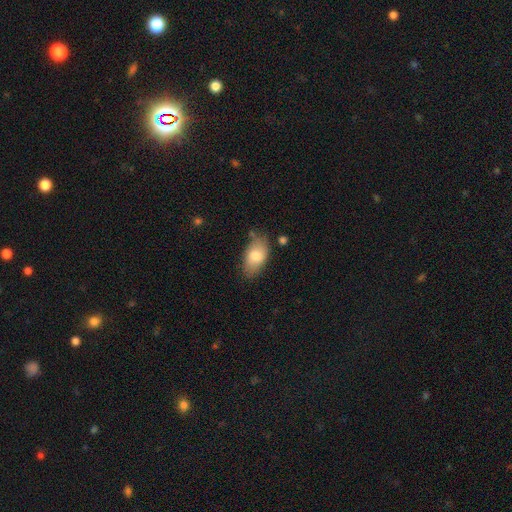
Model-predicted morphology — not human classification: Smooth or featured: smooth — 77% (featured or disk — 16%)
How rounded: in between — 92% (round — 5%)
Merging: none — 70% (minor disturbance — 21%)